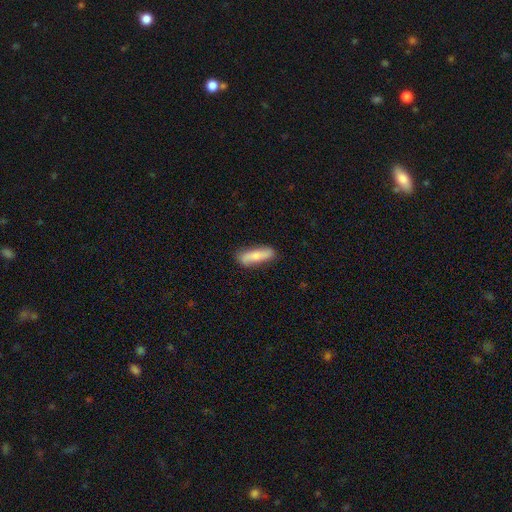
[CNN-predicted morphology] This is likely a smooth galaxy (77%). How rounded: likely cigar-shaped (63%). Merging: likely none (79%).